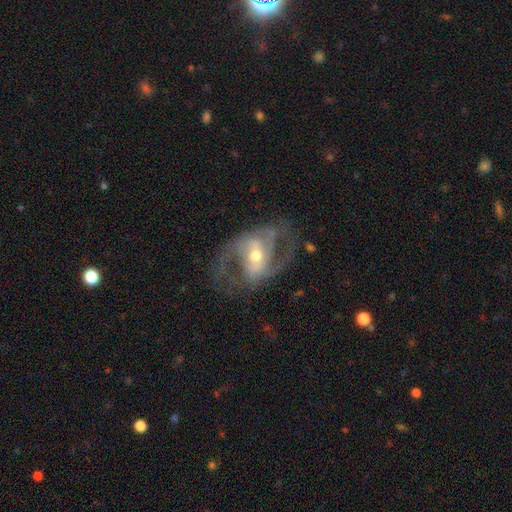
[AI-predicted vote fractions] The model was most divided on "bar": strong: 40%, weak: 39%, no: 21%. More confident: edge-on disk — no (96%); spiral arms — yes (93%); smooth or featured — featured or disk (88%); spiral arm count — 2 (83%); merging — none (66%); bulge size — moderate (63%); spiral winding — medium (54%).